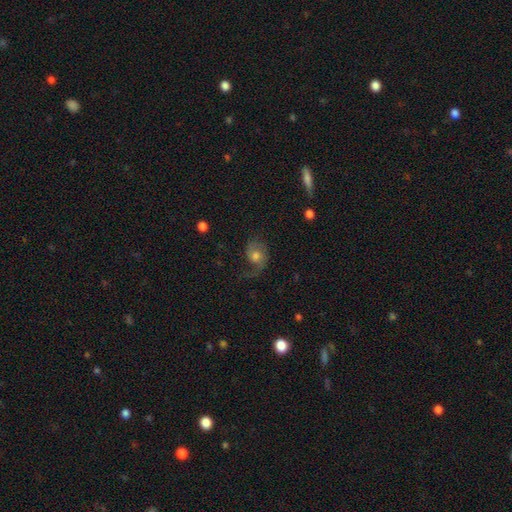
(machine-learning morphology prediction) Smooth or featured? Predicted: featured or disk (p=0.61). Edge-on disk? Predicted: no (p=0.97). Bar? Predicted: no (p=0.72). Spiral arms? Predicted: yes (p=0.90). Spiral winding? Predicted: loose (p=0.58). Spiral arm count? Predicted: 2 (p=0.47). Bulge size? Predicted: moderate (p=0.61). Merging? Predicted: none (p=0.46).